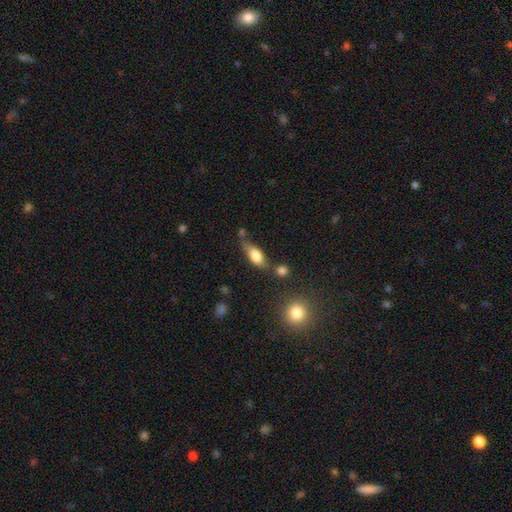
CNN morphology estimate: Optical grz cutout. It shows a smooth galaxy with no disk features (72%) that is in between round and cigar-shaped (77%). Merging: none (51%).